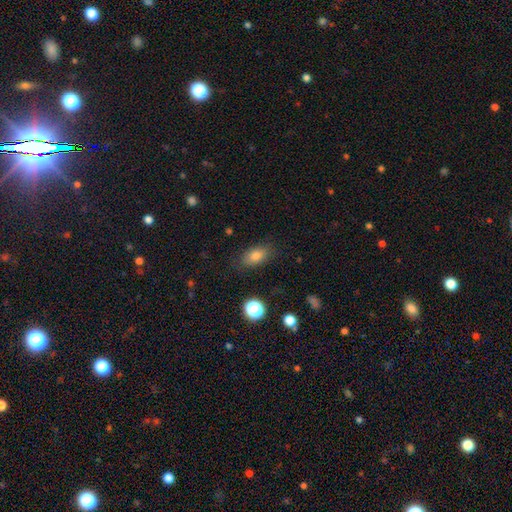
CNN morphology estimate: The model was most divided on "smooth or featured": smooth: 78%, star or artifact: 13%, featured or disk: 9%. More confident: merging — none (83%); how rounded — in between (83%).